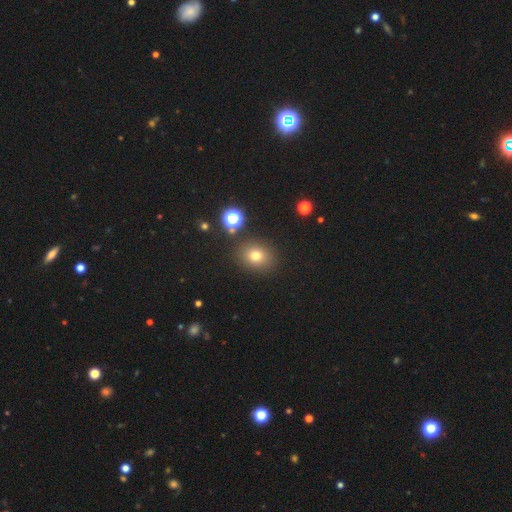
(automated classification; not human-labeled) smooth_or_featured: smooth (p=0.74) [alt: star or artifact p=0.18]
how_rounded: round (p=0.69) [alt: in between p=0.30]
merging: none (p=0.85) [alt: minor disturbance p=0.08]